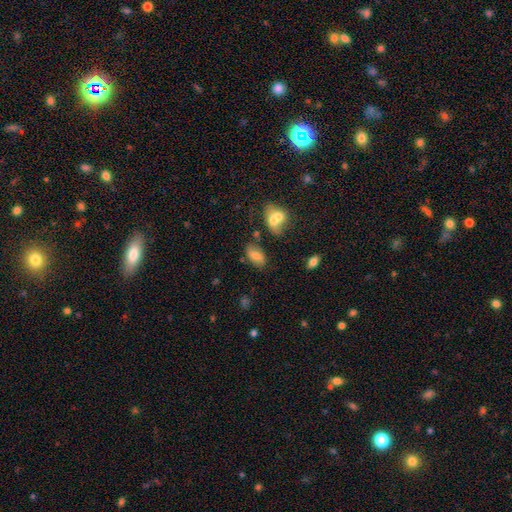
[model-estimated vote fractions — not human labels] Overall: smooth (70%). How rounded: in between (90%). Merging: none (69%).